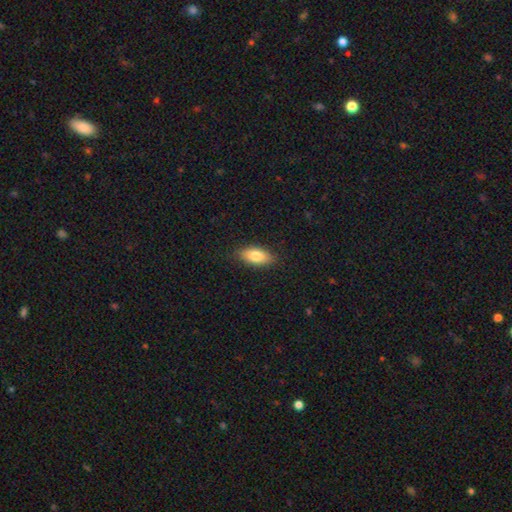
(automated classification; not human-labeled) The model was most divided on "smooth or featured": smooth: 81%, featured or disk: 12%, star or artifact: 7%. More confident: how rounded — in between (88%); merging — none (86%).